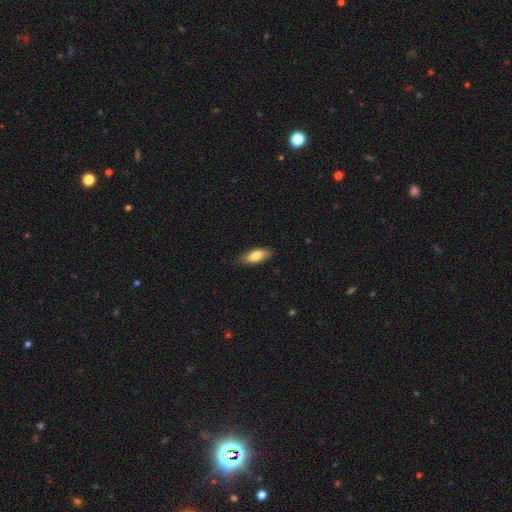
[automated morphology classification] smooth_or_featured: smooth (p=0.80) [alt: featured or disk p=0.14]
how_rounded: in between (p=0.81) [alt: cigar-shaped p=0.16]
merging: none (p=0.77) [alt: minor disturbance p=0.19]